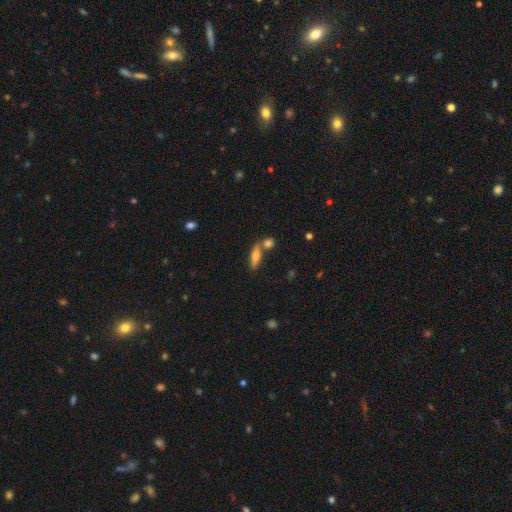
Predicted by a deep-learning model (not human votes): smooth 71%, featured or disk 22%, star or artifact 8%. Down the decision tree: how rounded — cigar-shaped (56%); merging — none (61%).